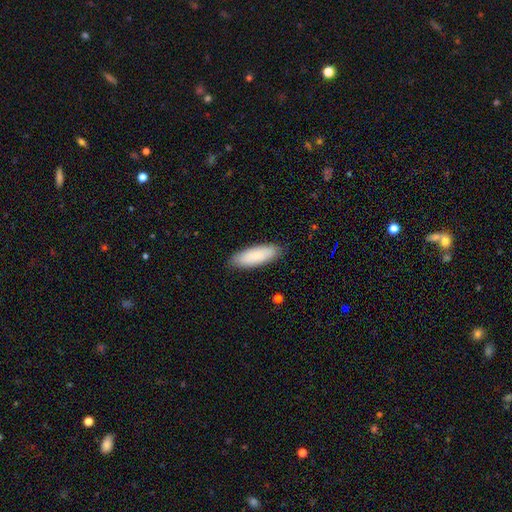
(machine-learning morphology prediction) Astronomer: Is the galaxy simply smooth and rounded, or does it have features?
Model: smooth — 85%.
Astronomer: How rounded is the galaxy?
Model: in between — 61% (runner-up: cigar-shaped, 37%).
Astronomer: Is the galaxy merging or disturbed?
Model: none — 88%.